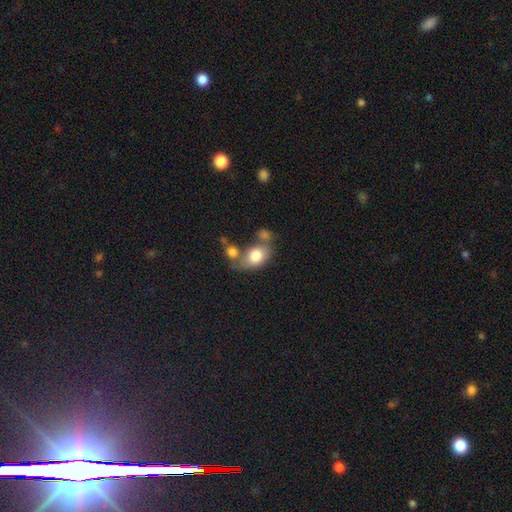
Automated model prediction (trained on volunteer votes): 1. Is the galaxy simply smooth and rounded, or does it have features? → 77% smooth, 16% featured or disk, 7% star or artifact.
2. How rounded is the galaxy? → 79% in between, 20% round, 2% cigar-shaped.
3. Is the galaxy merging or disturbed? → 41% none, 33% merger, 17% minor disturbance, 8% major disturbance.